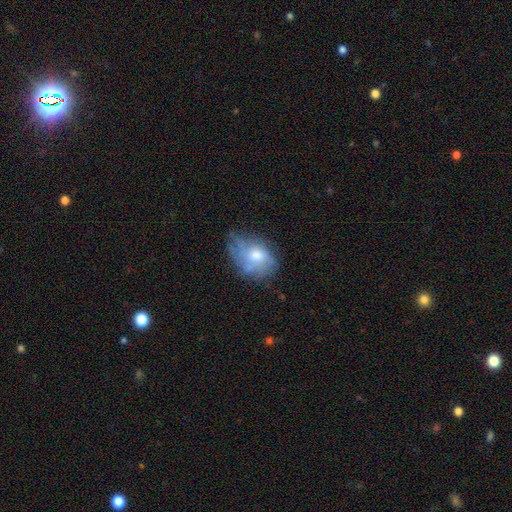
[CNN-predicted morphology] type=smooth (50%); roundness=in between (71%); merging=none (45%).